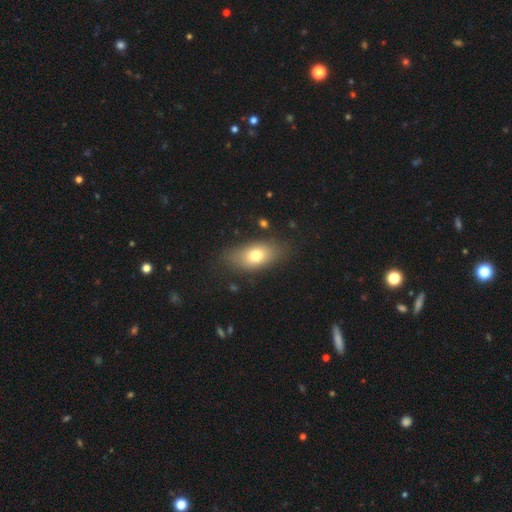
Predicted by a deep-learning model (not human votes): Smooth or featured? smooth (73%)
How rounded? in between (85%)
Merging? none (79%)